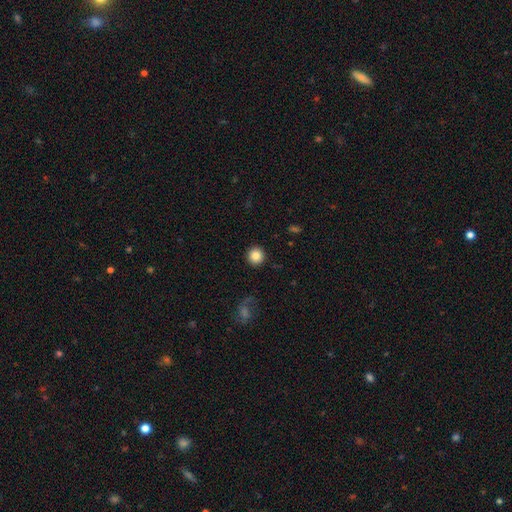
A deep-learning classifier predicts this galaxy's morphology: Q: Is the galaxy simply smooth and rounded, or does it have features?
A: smooth — 85%.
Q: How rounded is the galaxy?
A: round — 94%.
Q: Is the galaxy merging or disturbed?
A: none — 92%.